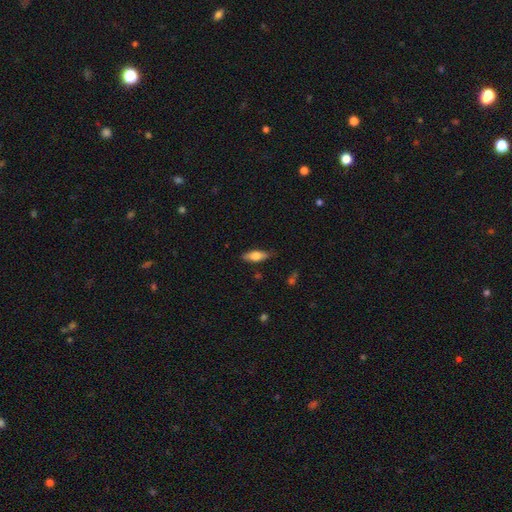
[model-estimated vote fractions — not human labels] Morphology: type=smooth (69%); roundness=in between (65%); merging=none (80%).